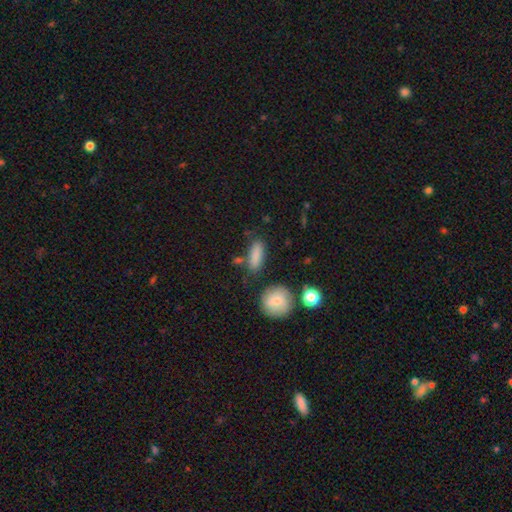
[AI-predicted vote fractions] Smooth or featured?
  - smooth: 85% *
  - star or artifact: 8%
  - featured or disk: 7%
How rounded?
  - in between: 64% *
  - cigar-shaped: 31%
  - round: 5%
Merging?
  - none: 72% *
  - minor disturbance: 15%
  - merger: 8%
  - major disturbance: 5%